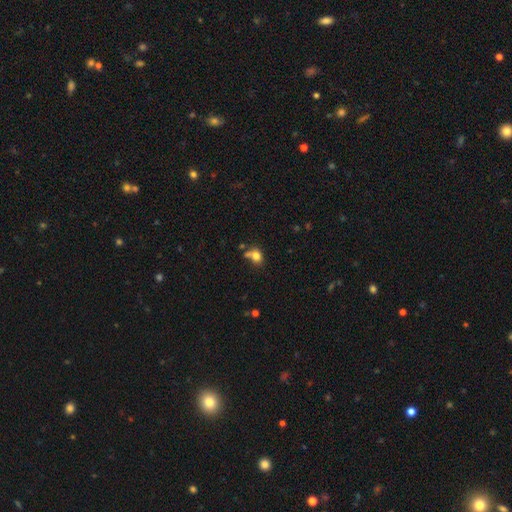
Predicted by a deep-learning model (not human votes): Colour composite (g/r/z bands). It shows a smooth galaxy with no disk features (79%) that is round (49%, tied with in between). Merging: none (49%).